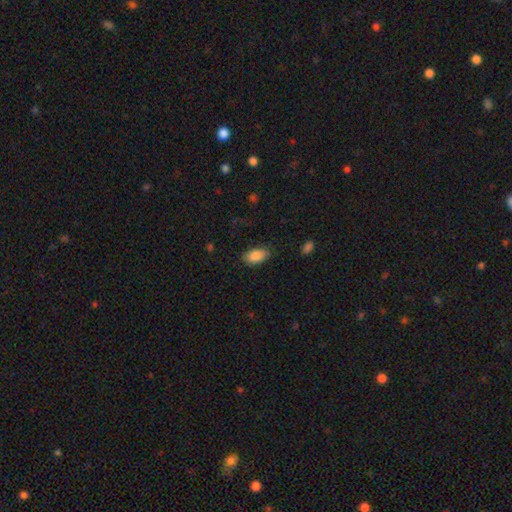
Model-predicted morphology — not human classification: type=smooth (87%); roundness=in between (92%); merging=none (80%).